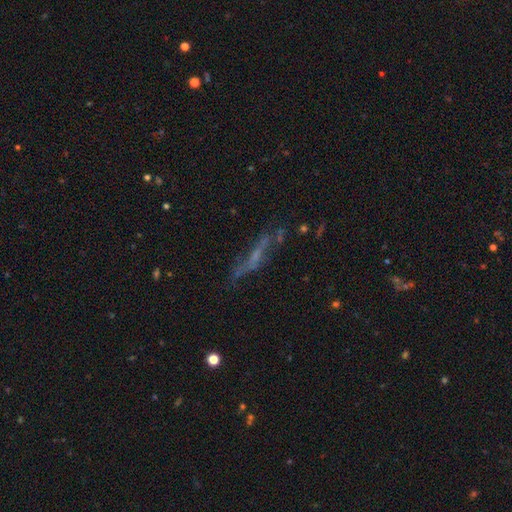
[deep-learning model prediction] The model was most divided on "edge-on disk": yes: 56%, no: 44%. More confident: merging — none (57%); smooth or featured — featured or disk (55%).